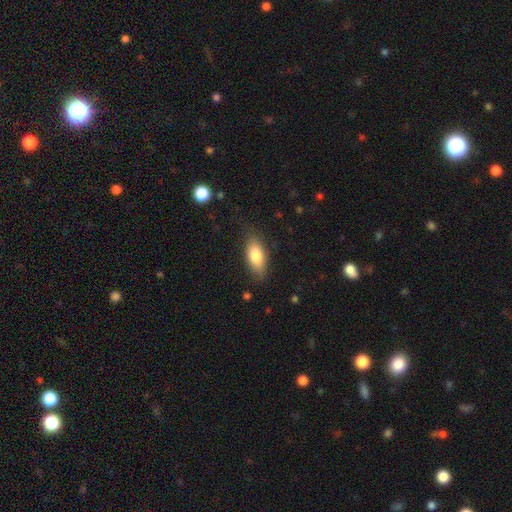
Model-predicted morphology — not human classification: A smooth galaxy with no disk features (81%) that is in between round and cigar-shaped (83%).

Vote fractions:
- Smooth or featured? smooth: 81% / featured or disk: 12% / star or artifact: 7%
- How rounded? in between: 83% / cigar-shaped: 15% / round: 3%
- Merging? none: 80% / minor disturbance: 15% / major disturbance: 4% / merger: 1%